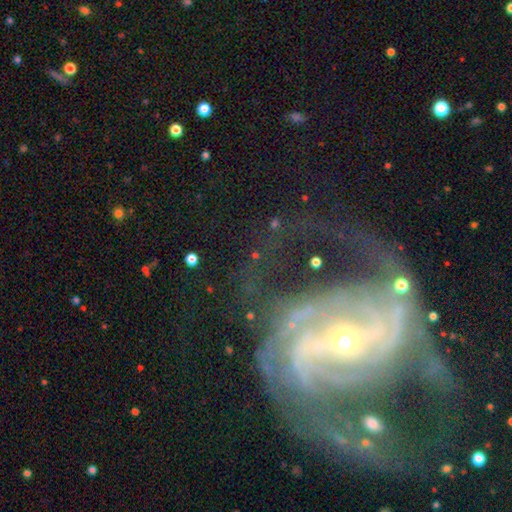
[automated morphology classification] The model was most divided on "bar": no: 44%, weak: 31%, strong: 25%. More confident: edge-on disk — no (90%); spiral arms — yes (77%); smooth or featured — featured or disk (60%); bulge size — small (56%); merging — none (55%).